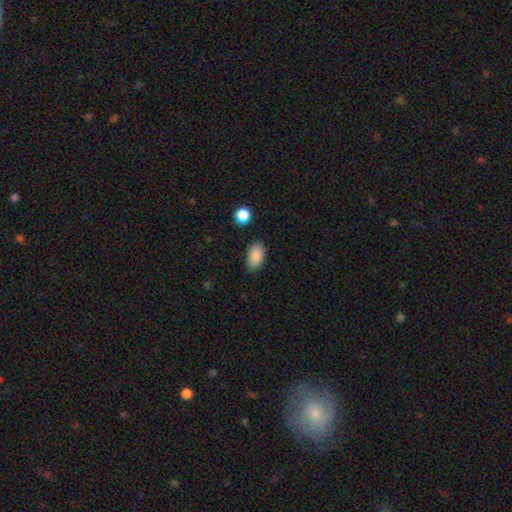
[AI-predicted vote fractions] smooth 88%, star or artifact 7%, featured or disk 4%. Down the decision tree: how rounded — in between (93%); merging — none (86%).